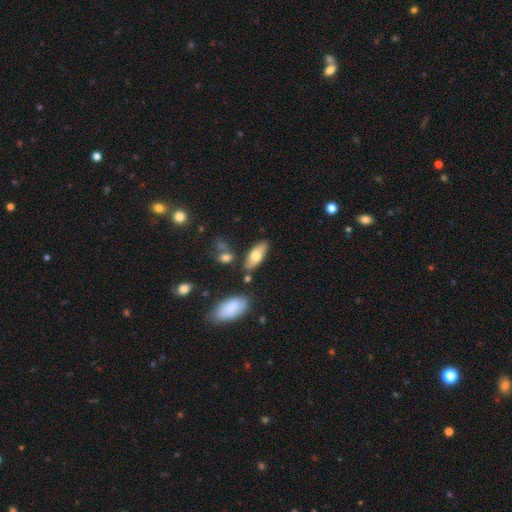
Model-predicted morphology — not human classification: A smooth galaxy with no disk features (72%) that is in between round and cigar-shaped (82%). Merging: none (78%).